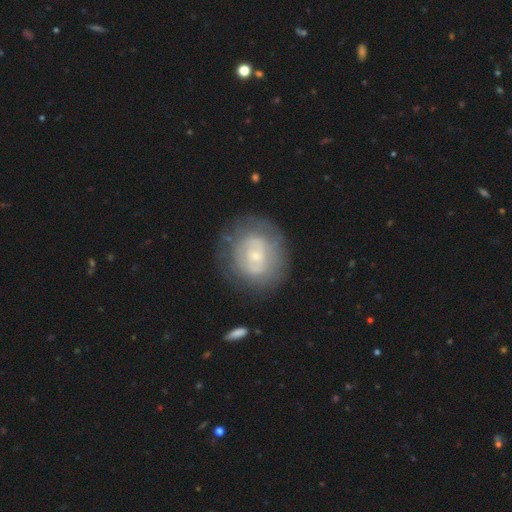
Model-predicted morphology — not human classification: smooth-or-featured: featured or disk: 59% | smooth: 34% | star or artifact: 7%
  disk-edge-on: no: 96% | yes: 4%
    bar: no: 68% | weak: 25% | strong: 7%
    has-spiral-arms: no: 58% | yes: 42%
    bulge-size: small: 69% | moderate: 25% | large: 3% | none: 2% | dominant: 1%
  merging: none: 72% | minor disturbance: 17% | major disturbance: 9% | merger: 2%